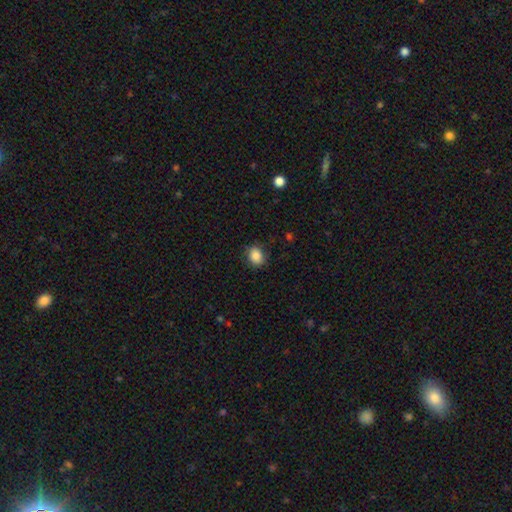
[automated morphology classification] The model was most divided on "how rounded": round: 52%, in between: 47%, cigar-shaped: 1%. More confident: smooth or featured — smooth (87%); merging — none (83%).